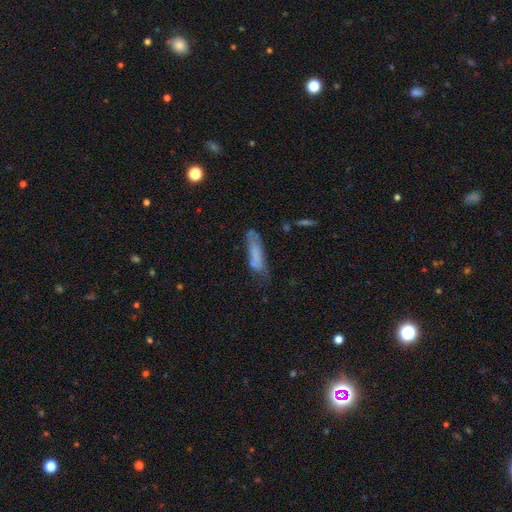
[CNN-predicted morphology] Smooth or featured? Predicted: smooth (p=0.66). How rounded? Predicted: cigar-shaped (p=0.68). Merging? Predicted: none (p=0.45).